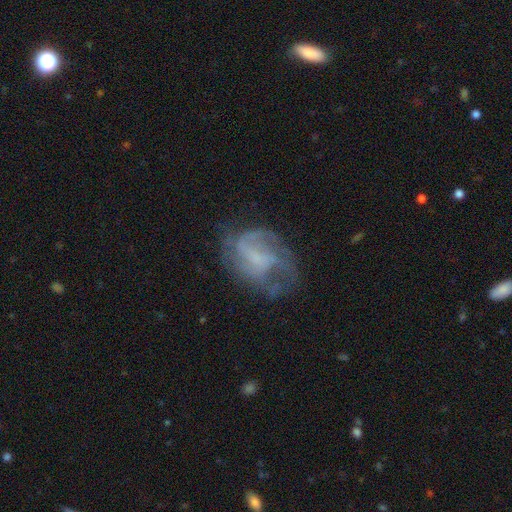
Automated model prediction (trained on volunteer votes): A featured or disk galaxy (71%) with a weak bar (44%), 2 (37%) medium (43%) spiral arms (82%) and no central bulge (42%). Merging: none (52%).